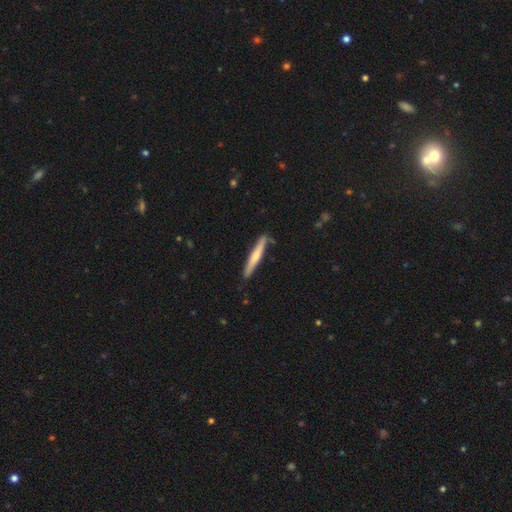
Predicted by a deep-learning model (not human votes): smooth 55%, featured or disk 41%, star or artifact 5%. Down the decision tree: how rounded — cigar-shaped (95%); merging — none (85%).